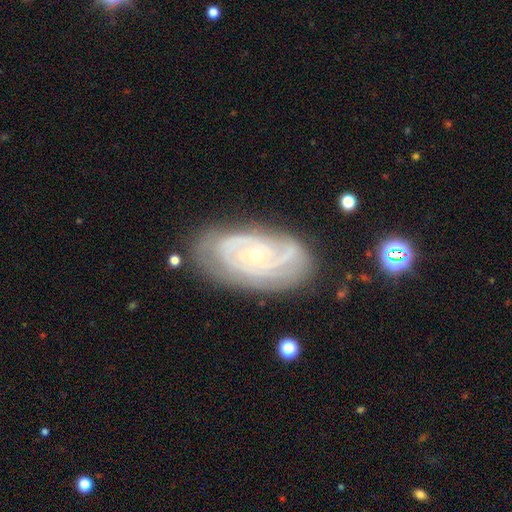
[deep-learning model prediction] The model was most divided on "spiral arm count": 2: 37%, can't tell: 25%, 3: 22%, 4: 7%, 1: 5%, more than 4: 4%. More confident: edge-on disk — no (95%); spiral arms — yes (95%); smooth or featured — featured or disk (86%); bar — no (76%); merging — none (73%); spiral winding — tight (71%); bulge size — small (70%).